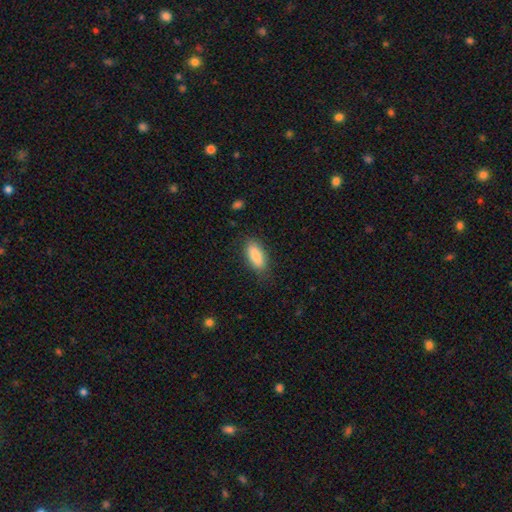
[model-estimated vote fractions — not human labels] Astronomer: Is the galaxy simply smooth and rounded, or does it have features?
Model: smooth — 87%.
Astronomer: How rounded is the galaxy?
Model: in between — 79%.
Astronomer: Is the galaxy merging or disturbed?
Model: none — 82%.